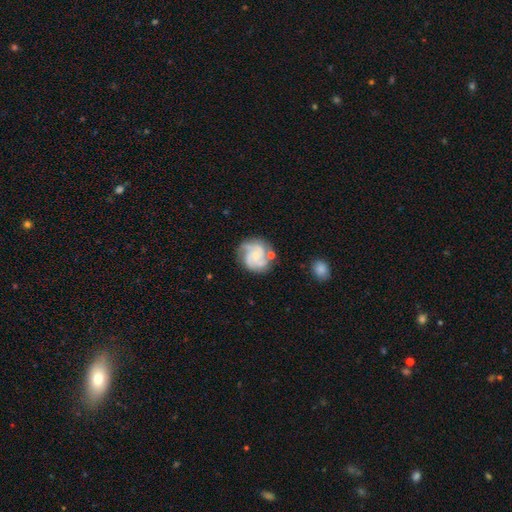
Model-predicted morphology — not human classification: smooth-or-featured: featured or disk: 78% | smooth: 15% | star or artifact: 6%
  disk-edge-on: no: 98% | yes: 2%
    bar: no: 72% | weak: 24% | strong: 4%
    has-spiral-arms: yes: 96% | no: 4%
      spiral-winding: tight: 49% | medium: 40% | loose: 11%
      spiral-arm-count: 3: 50% | 2: 17% | can't tell: 14% | 4: 11% | 1: 4% | more than 4: 4%
    bulge-size: small: 67% | moderate: 19% | none: 11% | large: 2% | dominant: 1%
  merging: none: 68% | minor disturbance: 19% | major disturbance: 8% | merger: 6%